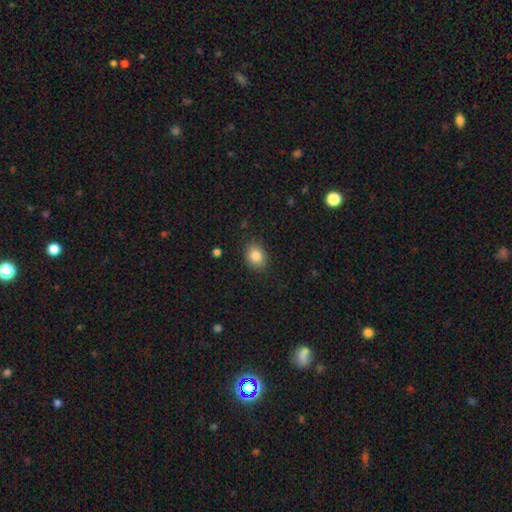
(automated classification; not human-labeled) smooth 84%, star or artifact 9%, featured or disk 6%. Down the decision tree: how rounded — round (51%); merging — none (86%).